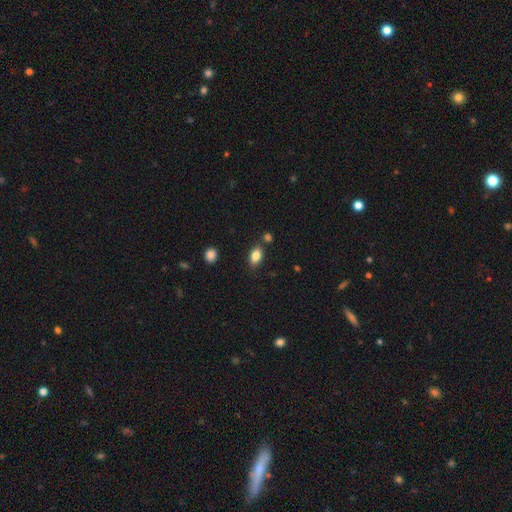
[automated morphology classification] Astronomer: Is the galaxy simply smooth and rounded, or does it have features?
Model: smooth — 83%.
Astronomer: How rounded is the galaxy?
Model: in between — 88%.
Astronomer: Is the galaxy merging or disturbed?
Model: none — 77%.